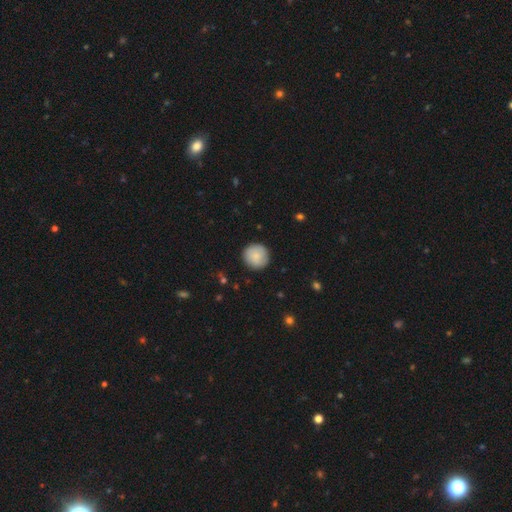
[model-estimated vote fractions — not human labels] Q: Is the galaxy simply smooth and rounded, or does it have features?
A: smooth — 85%.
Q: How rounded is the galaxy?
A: round — 95%.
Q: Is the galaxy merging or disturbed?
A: none — 90%.